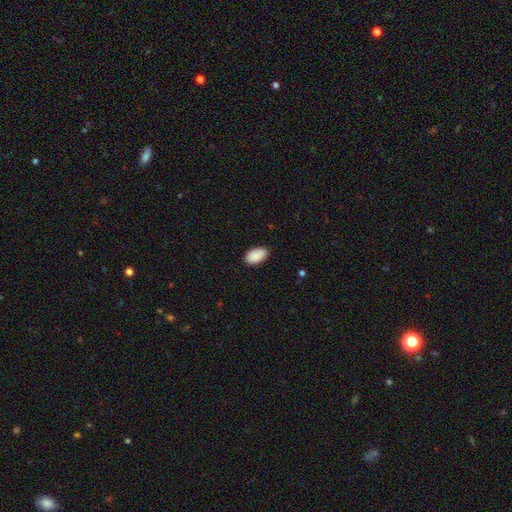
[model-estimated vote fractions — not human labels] Smooth or featured?
  - smooth: 91% *
  - star or artifact: 6%
  - featured or disk: 3%
How rounded?
  - in between: 95% *
  - round: 4%
  - cigar-shaped: 2%
Merging?
  - none: 84% *
  - minor disturbance: 13%
  - major disturbance: 2%
  - merger: 1%